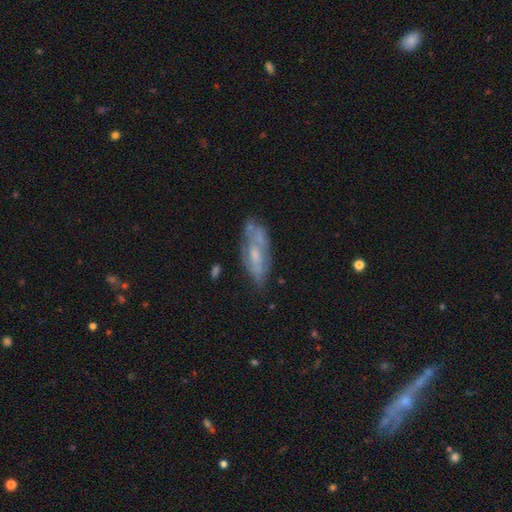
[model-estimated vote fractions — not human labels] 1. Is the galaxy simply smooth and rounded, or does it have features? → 55% featured or disk, 37% smooth, 8% star or artifact.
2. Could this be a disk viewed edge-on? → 81% no, 19% yes.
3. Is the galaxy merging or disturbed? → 53% none, 27% minor disturbance, 13% major disturbance, 7% merger.